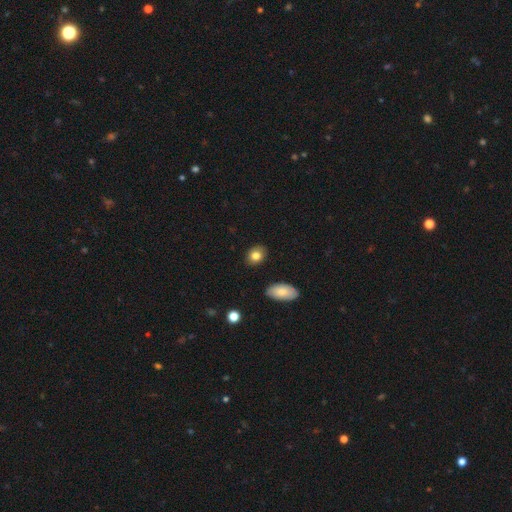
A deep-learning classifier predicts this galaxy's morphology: Smooth or featured?
  - smooth: 83% *
  - featured or disk: 9%
  - star or artifact: 8%
How rounded?
  - in between: 61% *
  - round: 38%
  - cigar-shaped: 1%
Merging?
  - none: 87% *
  - minor disturbance: 9%
  - major disturbance: 2%
  - merger: 2%